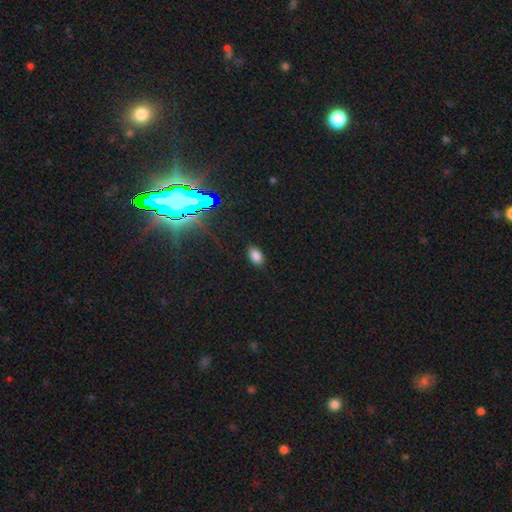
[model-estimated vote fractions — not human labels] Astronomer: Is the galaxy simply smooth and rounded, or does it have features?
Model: smooth — 79%.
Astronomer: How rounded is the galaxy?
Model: in between — 88%.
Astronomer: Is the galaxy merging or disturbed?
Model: none — 86%.